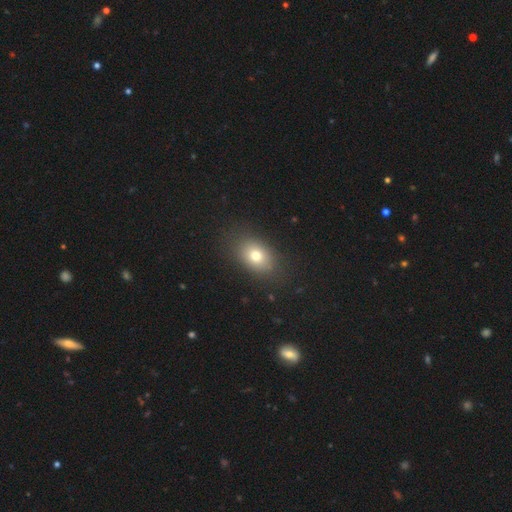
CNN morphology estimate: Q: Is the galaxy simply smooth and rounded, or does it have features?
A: smooth — 75%.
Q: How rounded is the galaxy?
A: in between — 73%.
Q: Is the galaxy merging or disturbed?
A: none — 84%.